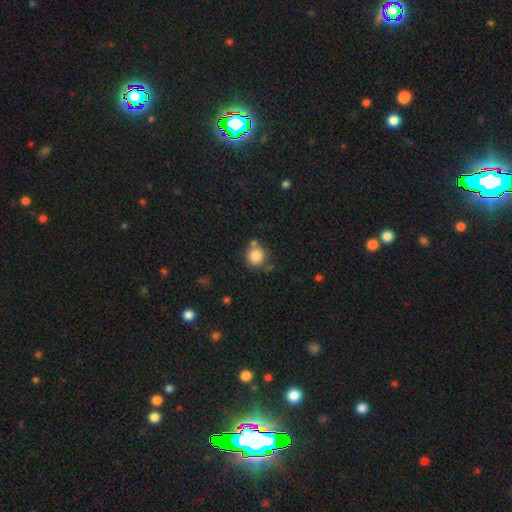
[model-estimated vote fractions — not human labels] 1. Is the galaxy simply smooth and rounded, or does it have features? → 83% smooth, 10% star or artifact, 7% featured or disk.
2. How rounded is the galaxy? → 91% round, 8% in between, 1% cigar-shaped.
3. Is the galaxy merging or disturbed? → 69% none, 15% merger, 13% minor disturbance, 4% major disturbance.